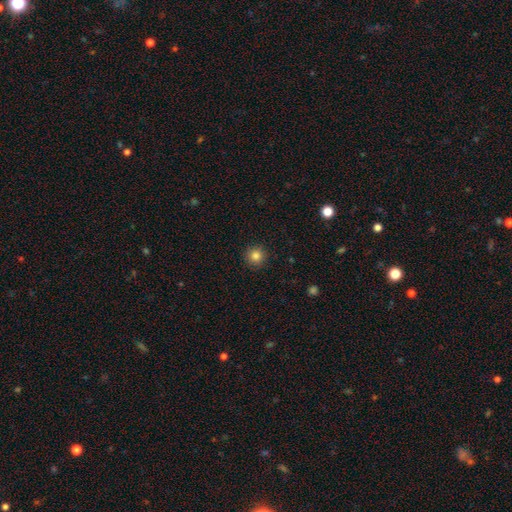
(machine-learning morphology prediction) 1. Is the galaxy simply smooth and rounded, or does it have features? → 84% smooth, 11% star or artifact, 5% featured or disk.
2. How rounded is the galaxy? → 95% round, 4% in between, 1% cigar-shaped.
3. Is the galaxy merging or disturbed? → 92% none, 5% minor disturbance, 2% major disturbance, 1% merger.